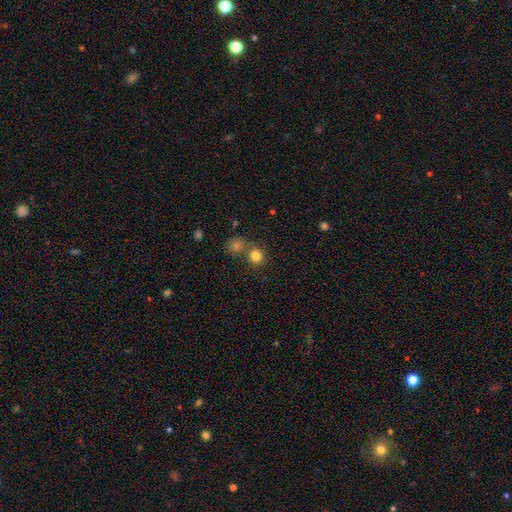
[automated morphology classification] This is clearly a smooth galaxy (82%). How rounded: clearly round (87%). Merging: likely none (66%).